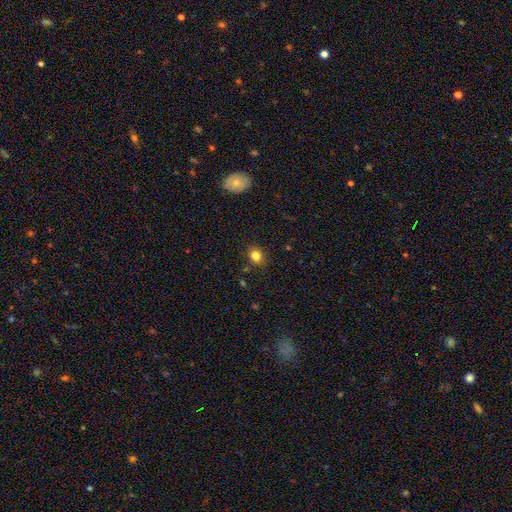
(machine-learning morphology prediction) Smooth or featured: smooth — 82% (star or artifact — 12%)
How rounded: round — 55% (in between — 44%)
Merging: none — 85% (minor disturbance — 11%)